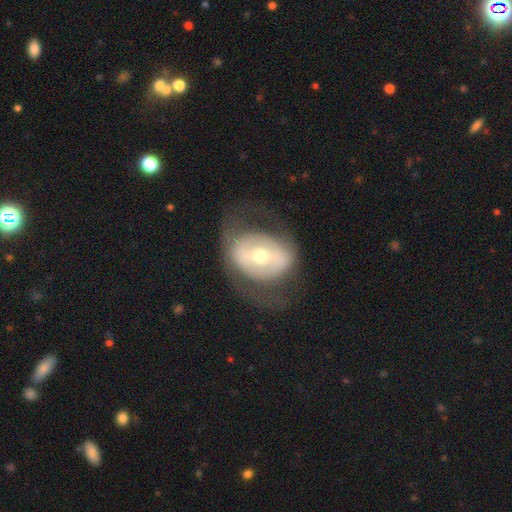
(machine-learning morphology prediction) Smooth or featured? featured or disk (66%)
Edge-on disk? no (93%)
Bar? strong (37%)
Spiral arms? no (61%)
Bulge size? moderate (60%)
Merging? none (62%)